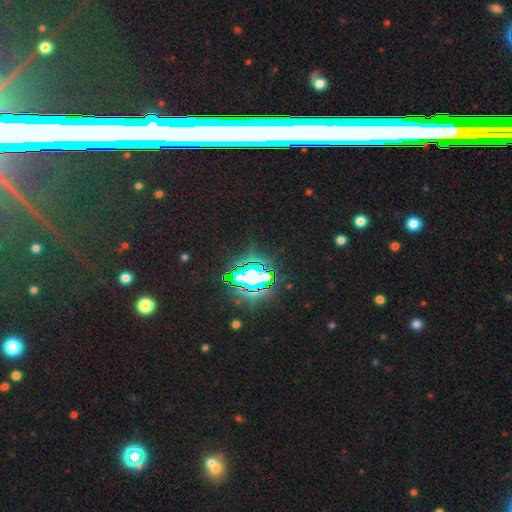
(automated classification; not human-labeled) smooth_or_featured: star or artifact (p=0.73) [alt: smooth p=0.14]